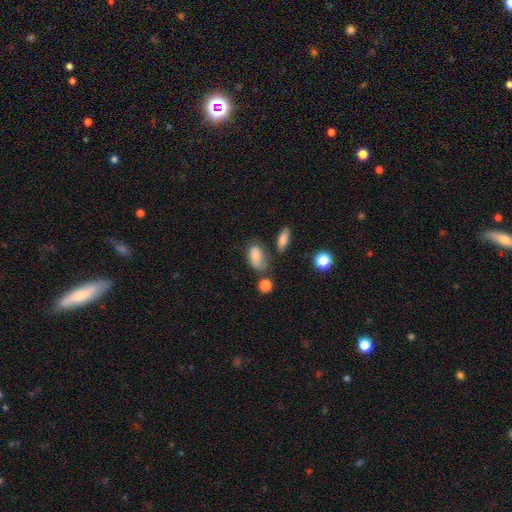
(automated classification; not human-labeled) A smooth galaxy with no disk features (78%) that is in between round and cigar-shaped (89%).

Vote fractions:
- Smooth or featured? smooth: 78% / featured or disk: 13% / star or artifact: 9%
- How rounded? in between: 89% / round: 8% / cigar-shaped: 3%
- Merging? none: 45% / minor disturbance: 31% / major disturbance: 14% / merger: 9%